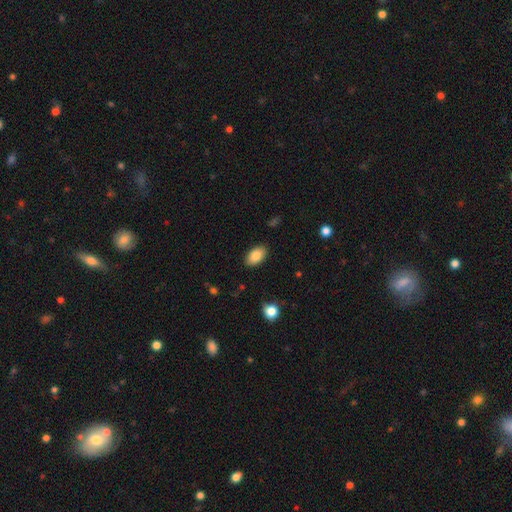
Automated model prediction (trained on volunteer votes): This is clearly a smooth galaxy (85%). How rounded: clearly in between (93%). Merging: clearly none (87%).